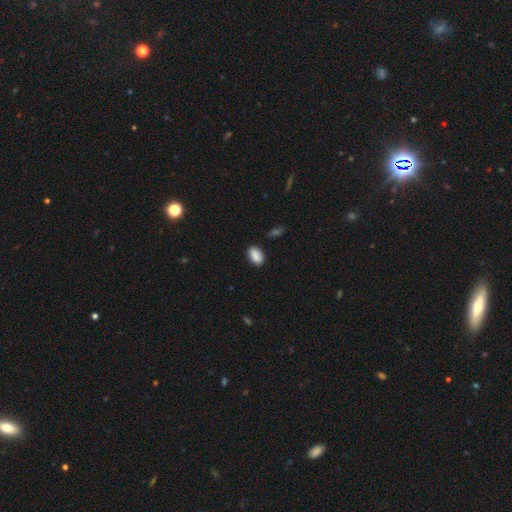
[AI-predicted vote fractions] The model was most divided on "merging": none: 85%, minor disturbance: 11%, major disturbance: 2%, merger: 2%. More confident: how rounded — in between (90%); smooth or featured — smooth (89%).